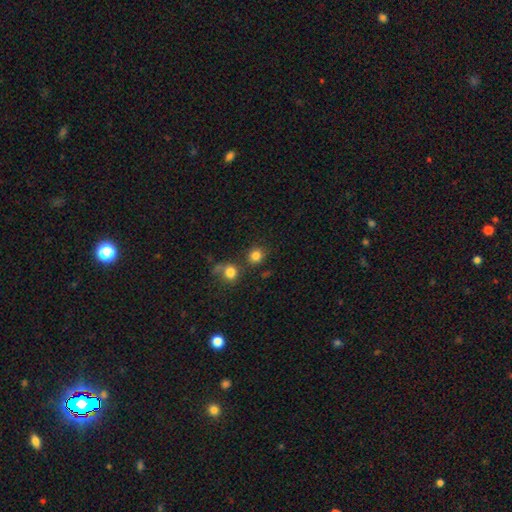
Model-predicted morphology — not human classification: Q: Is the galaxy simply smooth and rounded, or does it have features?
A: smooth — 82%.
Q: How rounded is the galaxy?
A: round — 87%.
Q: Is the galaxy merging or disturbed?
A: none — 73%.